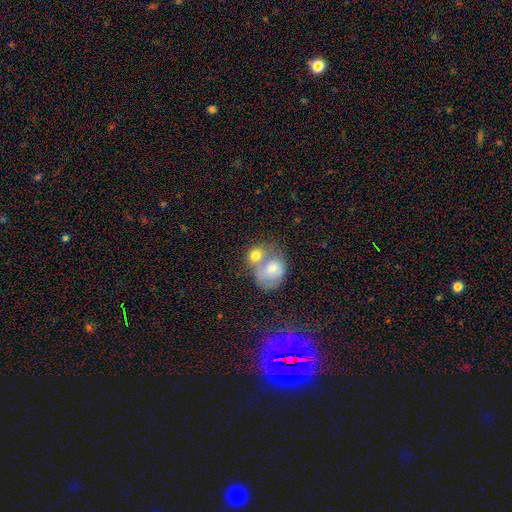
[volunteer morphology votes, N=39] A smooth galaxy with no disk features (74%) that is round (72%). Merging: merger (63%).